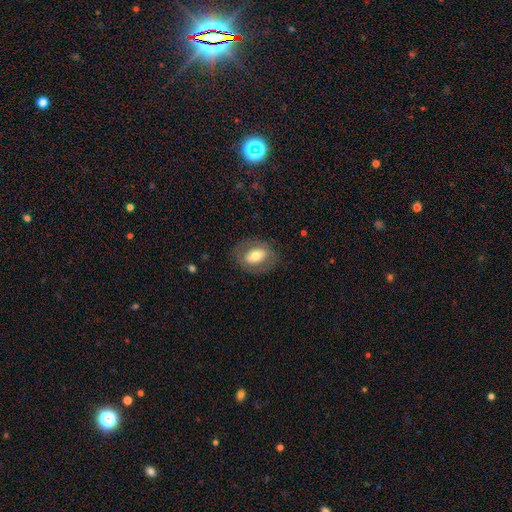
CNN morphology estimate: This appears to be a smooth galaxy with no disk features (60%) that is in between round and cigar-shaped (74%). Merging: none (78%).